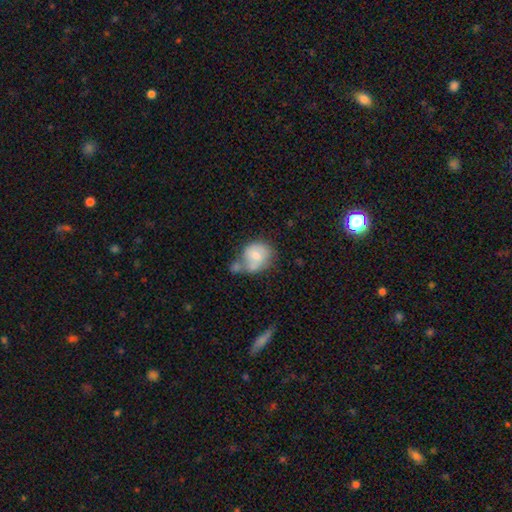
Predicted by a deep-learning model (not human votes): smooth-or-featured: smooth: 65% | featured or disk: 27% | star or artifact: 7%
  how-rounded: round: 67% | in between: 32% | cigar-shaped: 1%
  merging: merger: 37% | none: 29% | minor disturbance: 21% | major disturbance: 13%